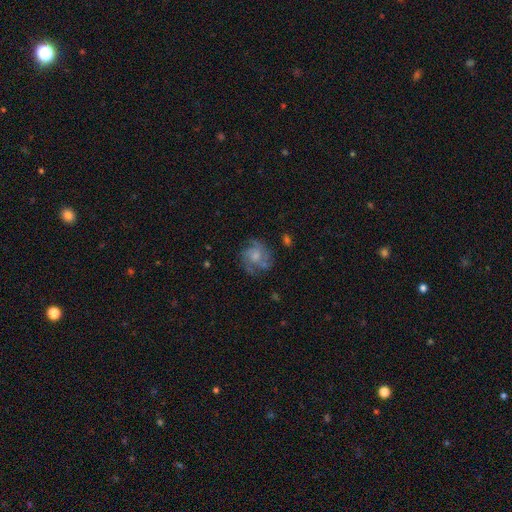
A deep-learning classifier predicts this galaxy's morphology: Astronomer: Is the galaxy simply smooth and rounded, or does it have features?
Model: featured or disk — 63%.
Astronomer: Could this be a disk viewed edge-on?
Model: no — 98%.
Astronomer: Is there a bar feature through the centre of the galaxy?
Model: no — 76%.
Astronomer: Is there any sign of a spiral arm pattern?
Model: yes — 83%.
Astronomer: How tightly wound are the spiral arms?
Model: medium — 44% (runner-up: tight, 38%).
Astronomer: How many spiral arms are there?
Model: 3 — 32% (runner-up: can't tell, 29%).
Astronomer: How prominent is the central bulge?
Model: moderate — 46% (runner-up: small, 30%).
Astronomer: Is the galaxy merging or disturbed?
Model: none — 66%.